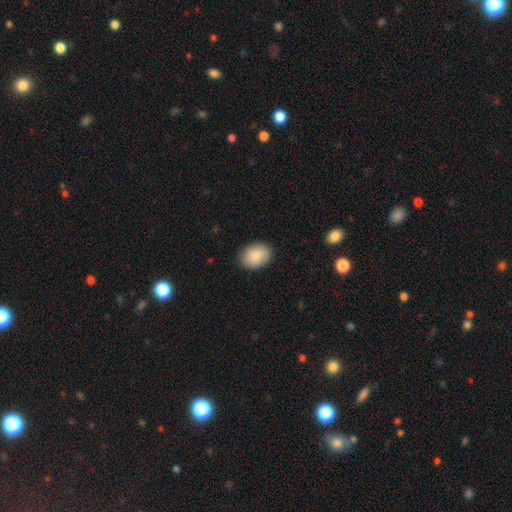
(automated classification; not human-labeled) Q: Smooth or featured?
A: smooth (86%); runner-up: featured or disk (7%)
Q: How rounded?
A: in between (65%); runner-up: round (34%)
Q: Merging?
A: none (87%); runner-up: minor disturbance (10%)